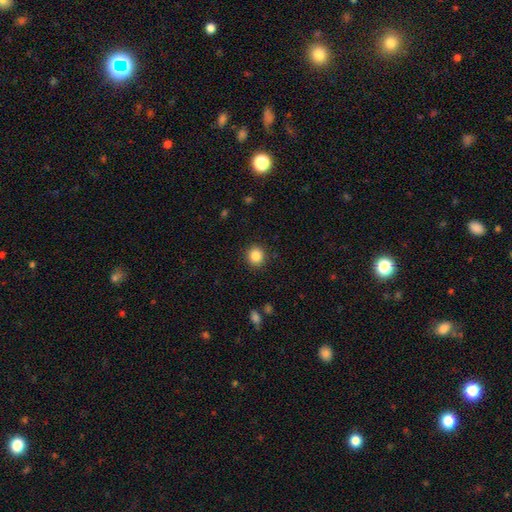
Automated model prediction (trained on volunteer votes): smooth_or_featured: smooth (p=0.86) [alt: star or artifact p=0.10]
how_rounded: round (p=0.90) [alt: in between p=0.10]
merging: none (p=0.91) [alt: minor disturbance p=0.06]